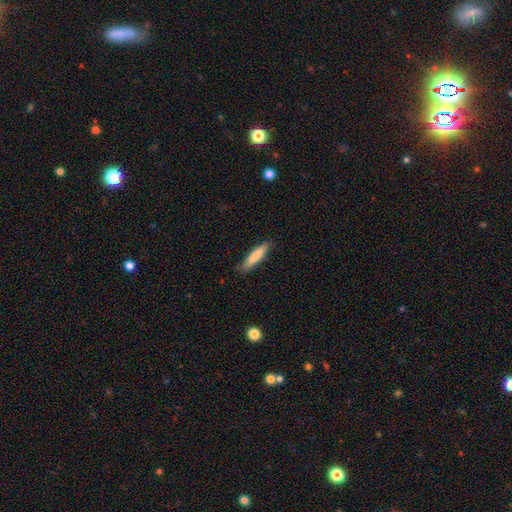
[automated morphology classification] Smooth or featured? Predicted: smooth (p=0.79). How rounded? Predicted: cigar-shaped (p=0.83). Merging? Predicted: none (p=0.86).